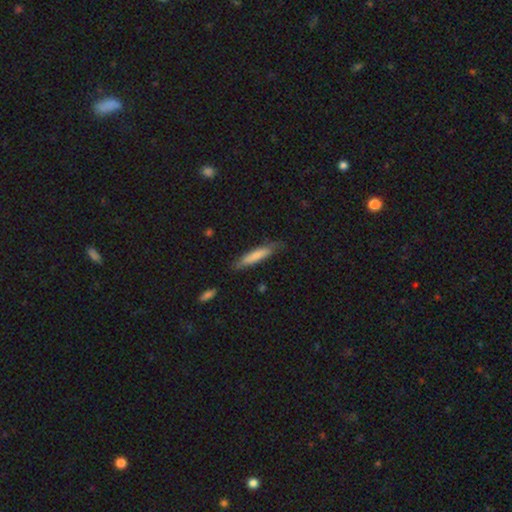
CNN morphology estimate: smooth_or_featured: smooth (p=0.76) [alt: featured or disk p=0.19]
how_rounded: cigar-shaped (p=0.87) [alt: in between p=0.12]
merging: none (p=0.75) [alt: minor disturbance p=0.20]